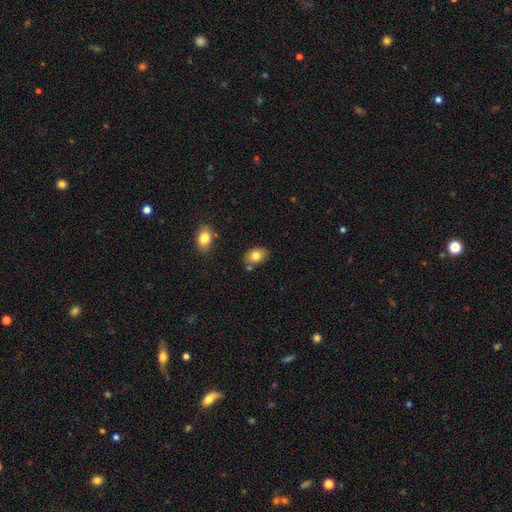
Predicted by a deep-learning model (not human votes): A smooth galaxy with no disk features (80%) that is in between round and cigar-shaped (80%). Merging: none (74%).